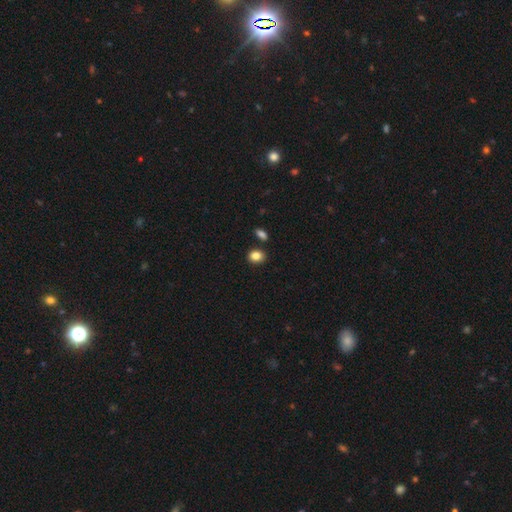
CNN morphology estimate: This appears to be a smooth galaxy with no disk features (85%) that is in between round and cigar-shaped (54%). Merging: none (81%).